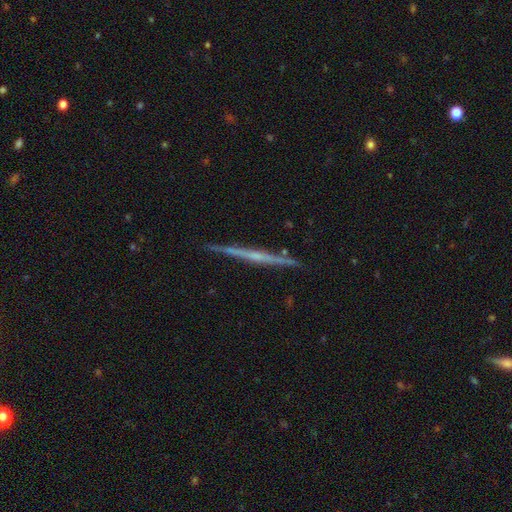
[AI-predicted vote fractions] Smooth or featured?
  - featured or disk: 70% *
  - smooth: 22%
  - star or artifact: 8%
Edge-on disk?
  - yes: 97% *
  - no: 3%
Edge-on bulge?
  - none: 51% *
  - rounded: 41%
  - boxy: 8%
Merging?
  - none: 88% *
  - minor disturbance: 9%
  - major disturbance: 2%
  - merger: 2%